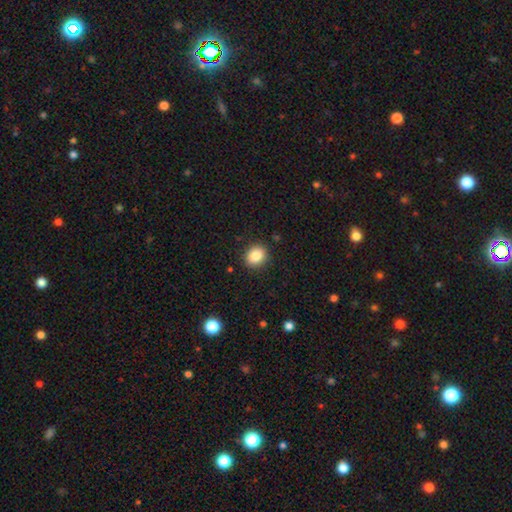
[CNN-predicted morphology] This appears to be a smooth galaxy with no disk features (85%) that is round (63%). Merging: none (89%).